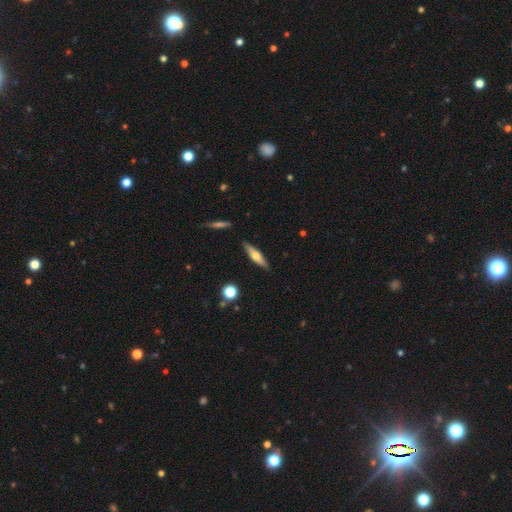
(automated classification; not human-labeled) A featured or disk galaxy (47%).

Vote fractions:
- Smooth or featured? featured or disk: 47% / smooth: 46% / star or artifact: 7%
- Merging? none: 87% / minor disturbance: 9% / merger: 2% / major disturbance: 2%